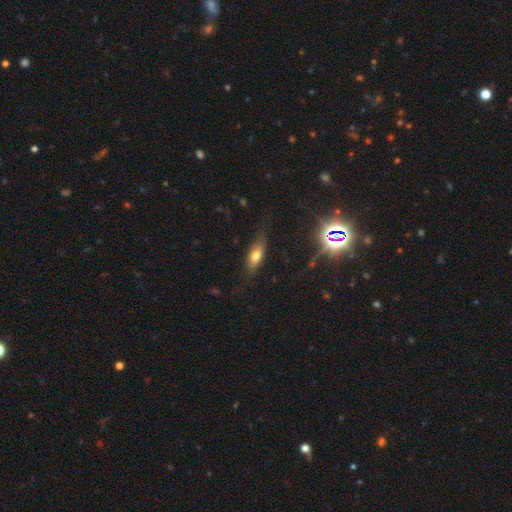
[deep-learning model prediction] smooth_or_featured: smooth (p=0.60) [alt: featured or disk p=0.28]
how_rounded: in between (p=0.61) [alt: cigar-shaped p=0.35]
merging: none (p=0.76) [alt: minor disturbance p=0.17]